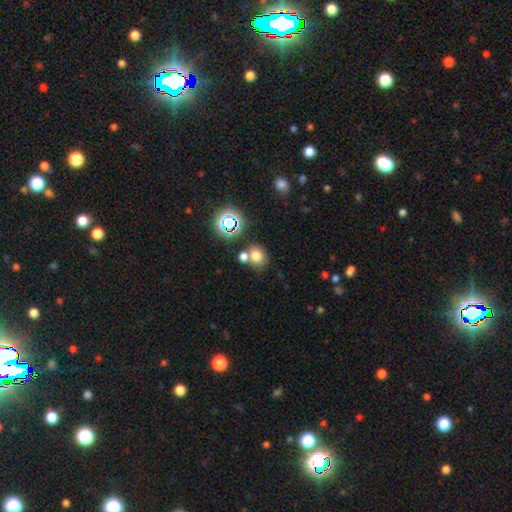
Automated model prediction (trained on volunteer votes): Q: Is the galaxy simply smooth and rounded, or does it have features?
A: smooth — 72%.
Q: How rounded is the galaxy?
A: round — 74%.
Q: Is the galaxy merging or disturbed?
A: none — 57%.